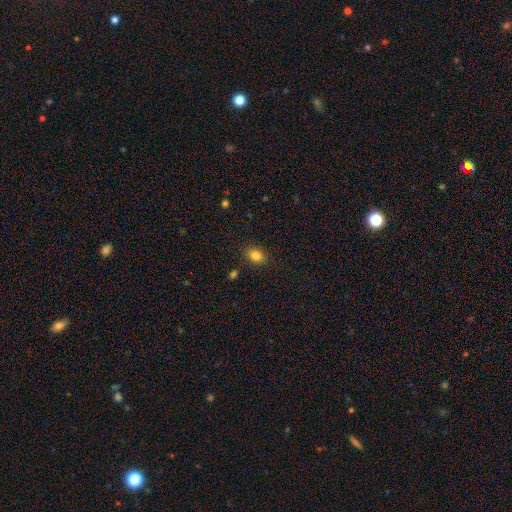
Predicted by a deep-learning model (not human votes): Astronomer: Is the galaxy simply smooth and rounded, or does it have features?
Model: smooth — 83%.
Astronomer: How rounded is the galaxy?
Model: in between — 56% (runner-up: round, 43%).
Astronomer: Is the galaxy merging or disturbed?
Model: none — 87%.